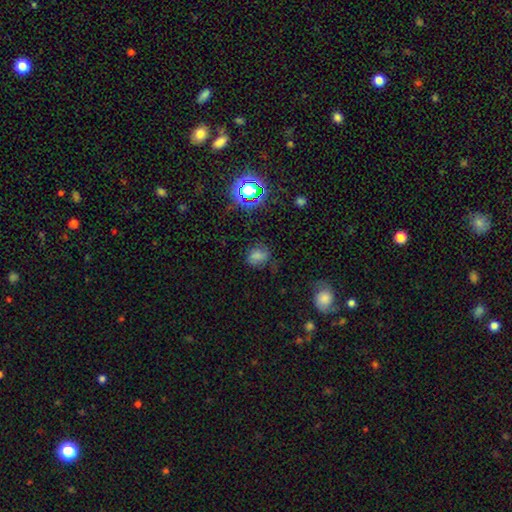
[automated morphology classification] Overall: smooth (67%). How rounded: in between (61%; round 38%). Merging: none (65%).